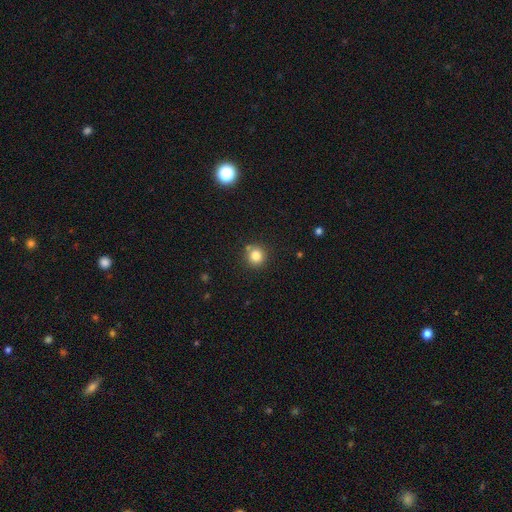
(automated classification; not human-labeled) Smooth or featured: smooth — 82% (star or artifact — 12%)
How rounded: round — 93% (in between — 6%)
Merging: none — 84% (minor disturbance — 9%)